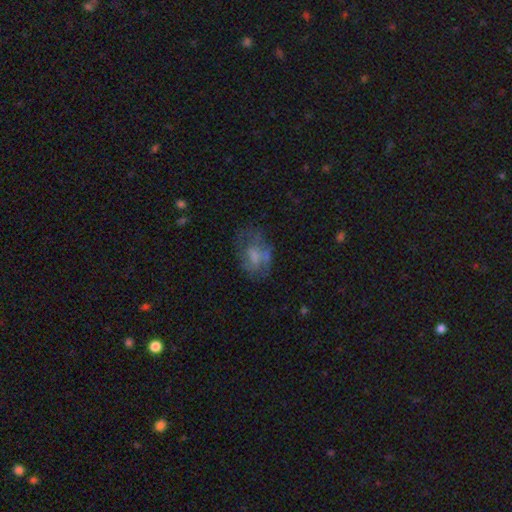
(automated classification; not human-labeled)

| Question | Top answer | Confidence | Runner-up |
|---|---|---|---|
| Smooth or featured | smooth | 46% | featured or disk (43%) |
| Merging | none | 45% | major disturbance (26%) |